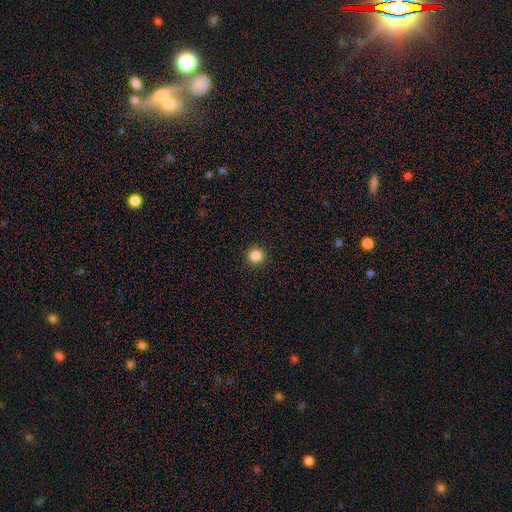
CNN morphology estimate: Smooth or featured: smooth — 85% (star or artifact — 11%)
How rounded: round — 96% (in between — 4%)
Merging: none — 93% (minor disturbance — 4%)